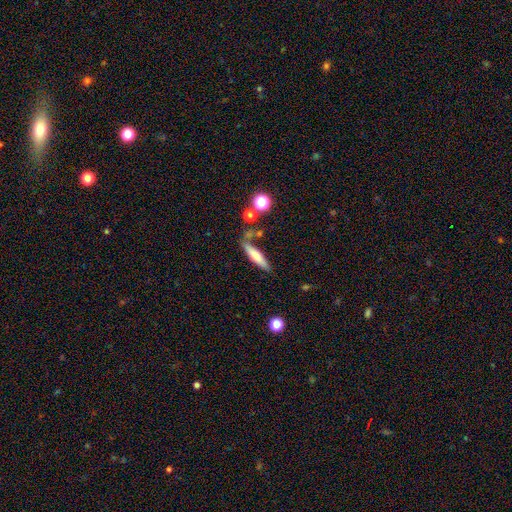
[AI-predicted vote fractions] Smooth or featured?
  - smooth: 62% *
  - featured or disk: 30%
  - star or artifact: 8%
How rounded?
  - cigar-shaped: 76% *
  - in between: 21%
  - round: 2%
Merging?
  - none: 63% *
  - minor disturbance: 19%
  - merger: 11%
  - major disturbance: 7%